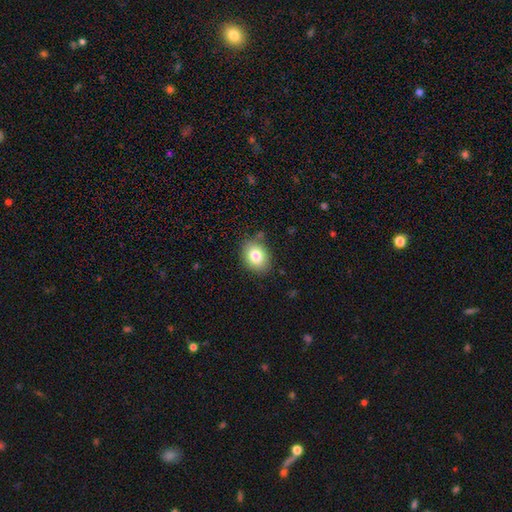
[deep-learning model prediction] Q: Smooth or featured?
A: smooth (81%); runner-up: star or artifact (10%)
Q: How rounded?
A: in between (55%); runner-up: round (44%)
Q: Merging?
A: none (84%); runner-up: minor disturbance (11%)